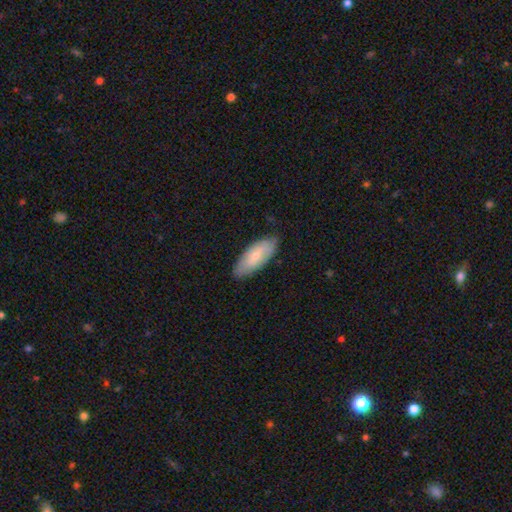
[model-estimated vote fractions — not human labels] Smooth or featured: smooth — 62% (featured or disk — 32%)
How rounded: in between — 80% (cigar-shaped — 18%)
Merging: none — 80% (minor disturbance — 16%)